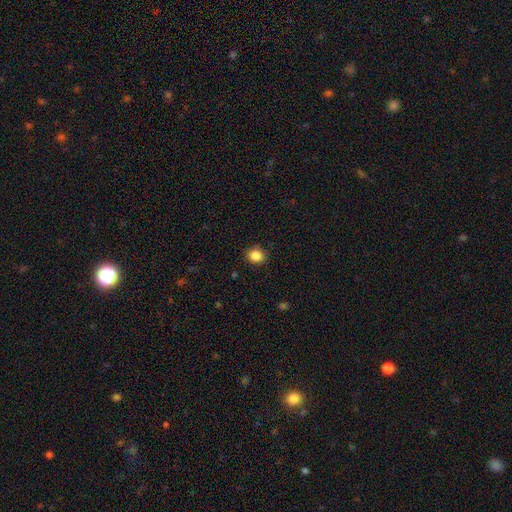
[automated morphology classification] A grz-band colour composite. It shows a smooth galaxy with no disk features (86%) that is round (75%). Merging: none (89%).